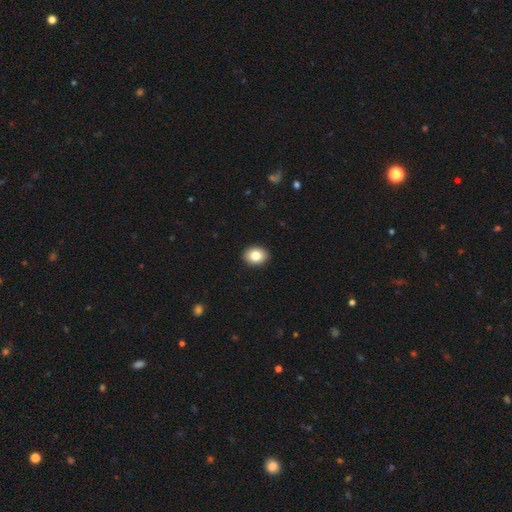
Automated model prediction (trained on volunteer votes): Overall: smooth (82%). How rounded: in between (57%; round 42%). Merging: none (92%).